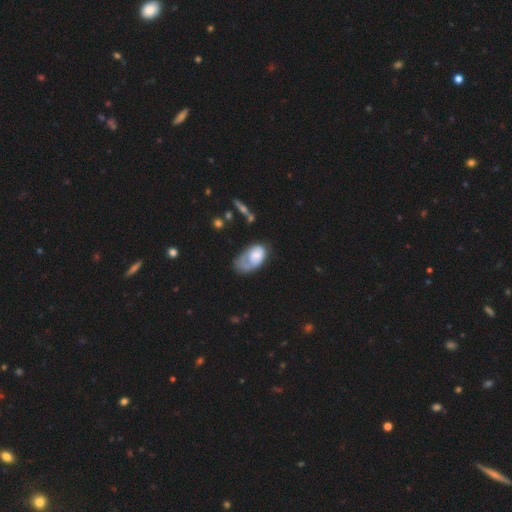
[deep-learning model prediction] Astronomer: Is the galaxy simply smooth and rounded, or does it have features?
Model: smooth — 53% (runner-up: featured or disk, 40%).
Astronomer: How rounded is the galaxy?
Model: in between — 90%.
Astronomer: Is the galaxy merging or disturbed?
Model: major disturbance — 37% (runner-up: minor disturbance, 28%).